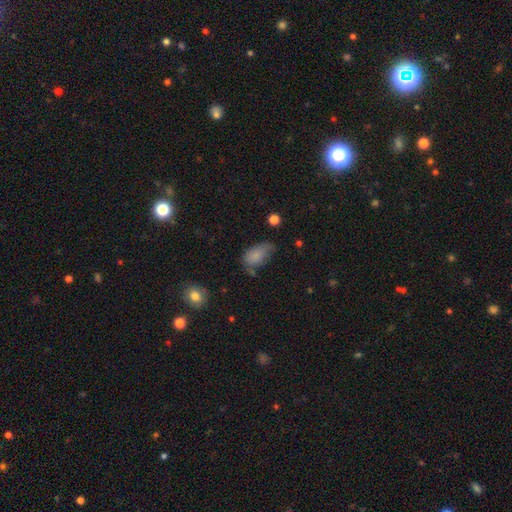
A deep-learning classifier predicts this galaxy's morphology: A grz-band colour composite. It shows a smooth galaxy with no disk features (81%) that is in between round and cigar-shaped (92%). Merging: none (42%).